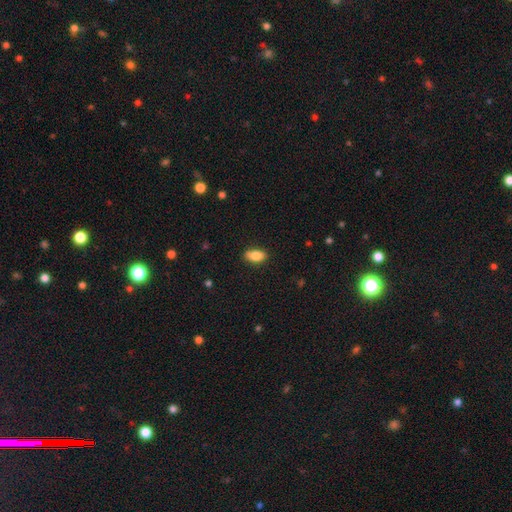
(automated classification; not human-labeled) The model was most divided on "merging": none: 85%, minor disturbance: 11%, major disturbance: 2%, merger: 1%. More confident: how rounded — in between (90%); smooth or featured — smooth (85%).